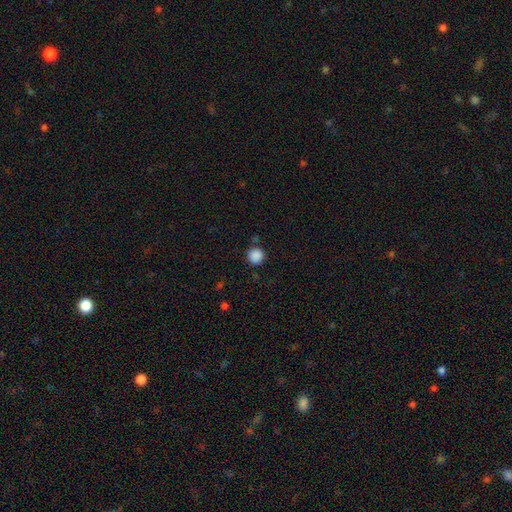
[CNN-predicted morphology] A smooth galaxy with no disk features (87%) that is round (94%).

Vote fractions:
- Smooth or featured? smooth: 87% / star or artifact: 10% / featured or disk: 3%
- How rounded? round: 94% / in between: 5% / cigar-shaped: 1%
- Merging? none: 84% / minor disturbance: 9% / merger: 4% / major disturbance: 3%